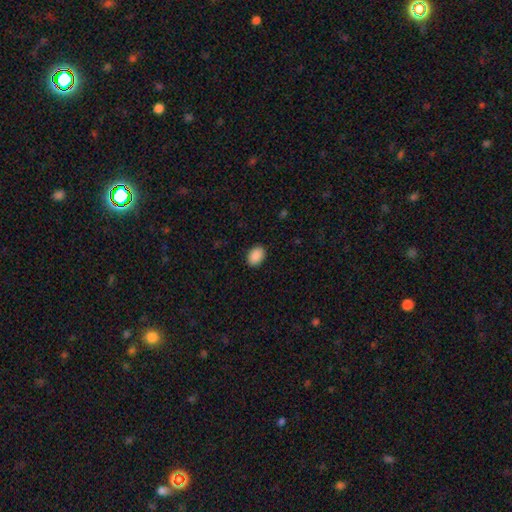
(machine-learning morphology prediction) Smooth or featured? Predicted: smooth (p=0.90). How rounded? Predicted: in between (p=0.82). Merging? Predicted: none (p=0.90).